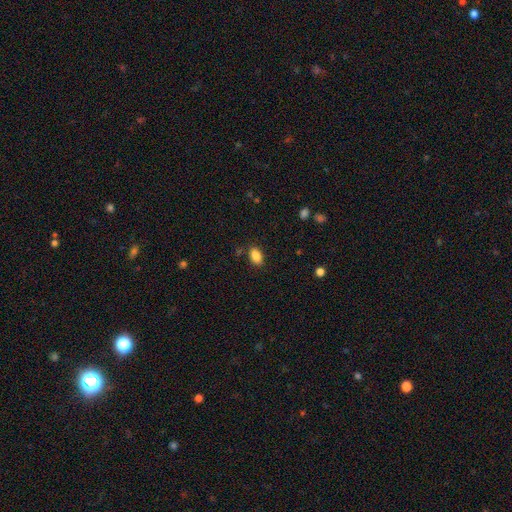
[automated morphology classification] Q: Smooth or featured?
A: smooth (87%); runner-up: star or artifact (9%)
Q: How rounded?
A: in between (90%); runner-up: round (9%)
Q: Merging?
A: none (84%); runner-up: minor disturbance (11%)